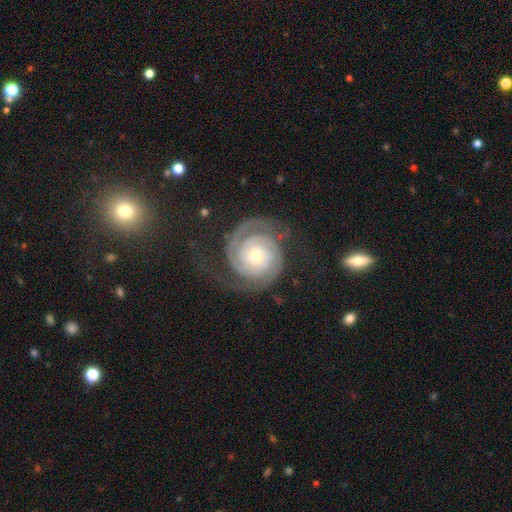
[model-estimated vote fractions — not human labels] Smooth or featured: featured or disk — 90% (smooth — 5%)
Edge-on disk: no — 98% (yes — 2%)
Bar: no — 74% (weak — 19%)
Spiral arms: yes — 98% (no — 2%)
Spiral winding: tight — 77% (medium — 19%)
Spiral arm count: 2 — 80% (3 — 6%)
Bulge size: small — 49% (moderate — 46%)
Merging: none — 72% (minor disturbance — 14%)